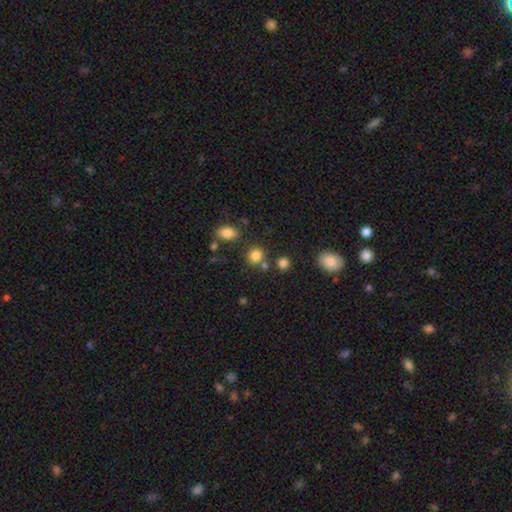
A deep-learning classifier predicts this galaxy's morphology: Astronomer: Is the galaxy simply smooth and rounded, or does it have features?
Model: smooth — 82%.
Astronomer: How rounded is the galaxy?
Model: round — 81%.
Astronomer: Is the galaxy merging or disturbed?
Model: none — 72%.